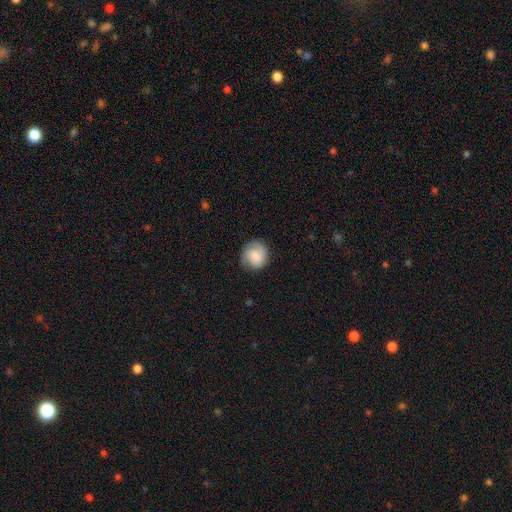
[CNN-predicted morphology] smooth 61%, featured or disk 32%, star or artifact 7%. Down the decision tree: how rounded — round (82%); merging — none (76%).